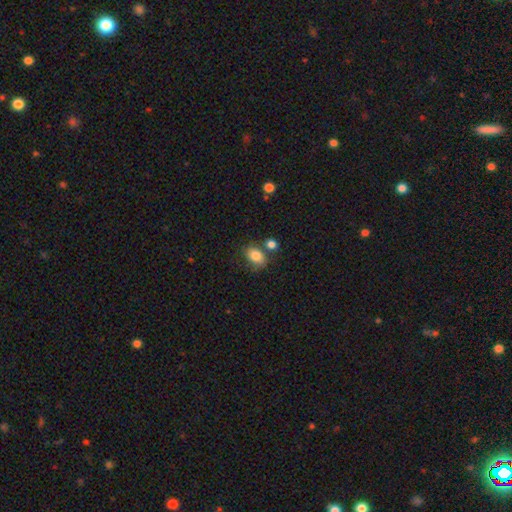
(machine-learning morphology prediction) A smooth galaxy with no disk features (82%) that is in between round and cigar-shaped (71%).

Vote fractions:
- Smooth or featured? smooth: 82% / star or artifact: 10% / featured or disk: 9%
- How rounded? in between: 71% / round: 28% / cigar-shaped: 1%
- Merging? none: 63% / minor disturbance: 16% / merger: 16% / major disturbance: 5%